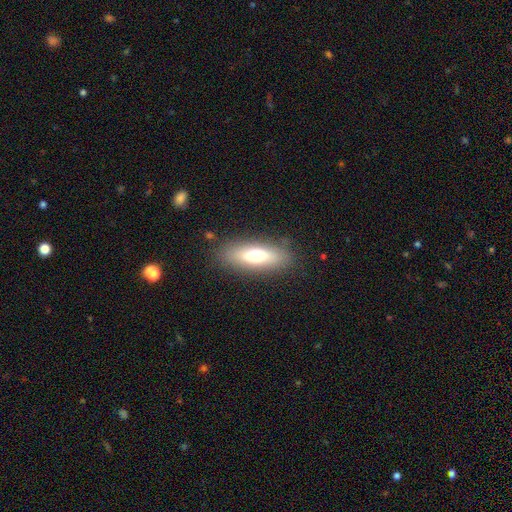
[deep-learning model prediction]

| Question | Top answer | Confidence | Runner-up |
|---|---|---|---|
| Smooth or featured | smooth | 67% | featured or disk (25%) |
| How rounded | in between | 60% | cigar-shaped (38%) |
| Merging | none | 84% | minor disturbance (11%) |